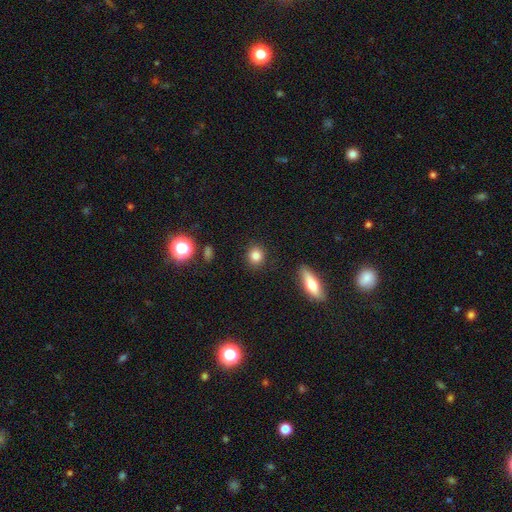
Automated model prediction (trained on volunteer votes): This is clearly a smooth galaxy (84%). How rounded: clearly round (81%). Merging: clearly none (89%).